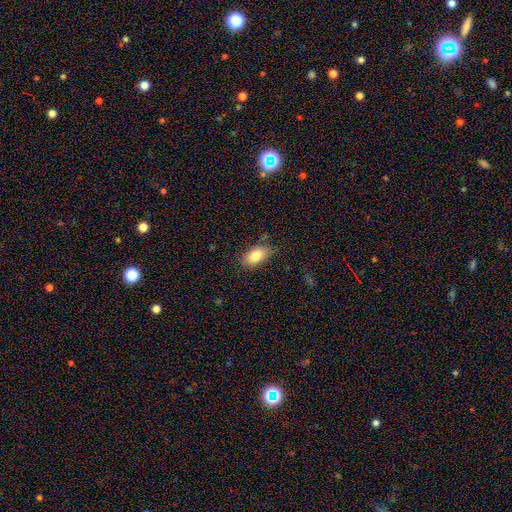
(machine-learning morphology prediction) Q: Smooth or featured?
A: smooth (81%); runner-up: featured or disk (11%)
Q: How rounded?
A: in between (90%); runner-up: round (6%)
Q: Merging?
A: none (79%); runner-up: minor disturbance (15%)